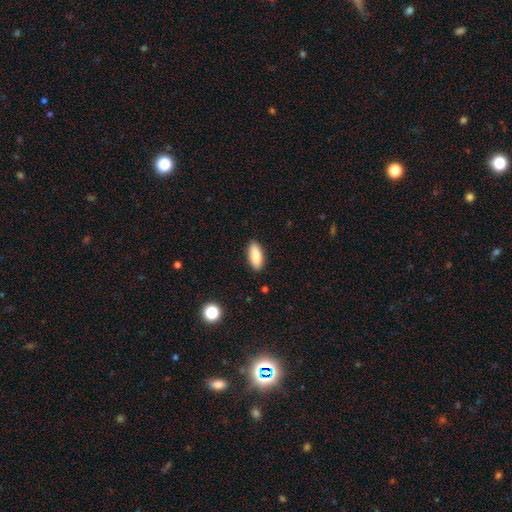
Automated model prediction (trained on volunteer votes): smooth 83%, featured or disk 10%, star or artifact 7%. Down the decision tree: how rounded — in between (79%); merging — none (89%).